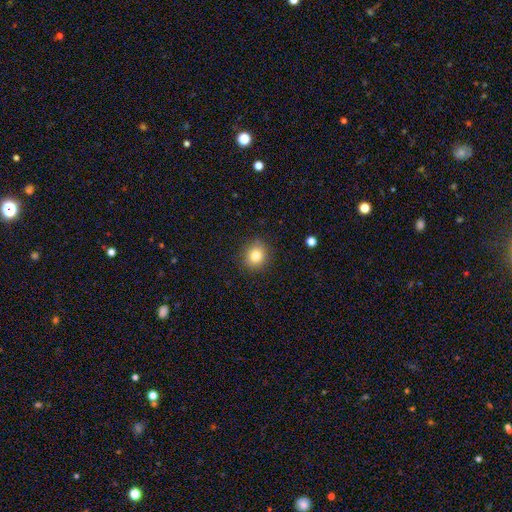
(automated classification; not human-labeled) A smooth galaxy with no disk features (81%) that is round (81%). Merging: none (89%).